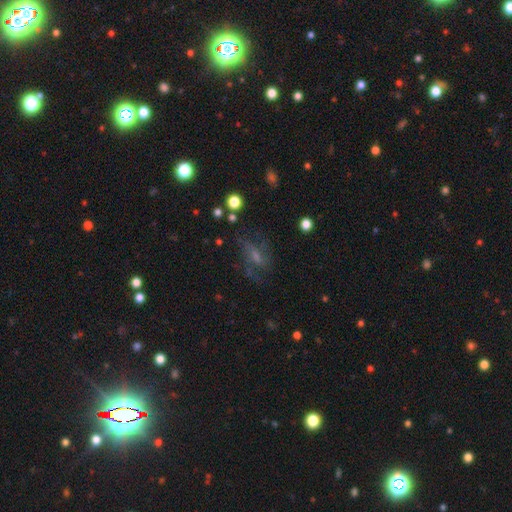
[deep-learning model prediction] Smooth or featured? featured or disk (54%)
Edge-on disk? no (92%)
Merging? none (60%)